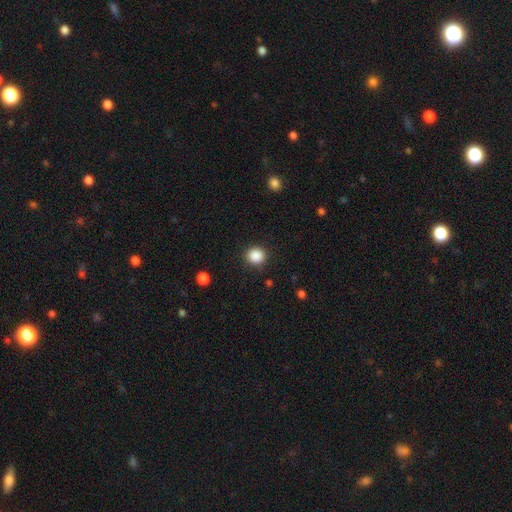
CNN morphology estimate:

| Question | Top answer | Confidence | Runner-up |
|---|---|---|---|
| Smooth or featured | smooth | 88% | star or artifact (10%) |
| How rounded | round | 89% | in between (10%) |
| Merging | none | 89% | minor disturbance (7%) |